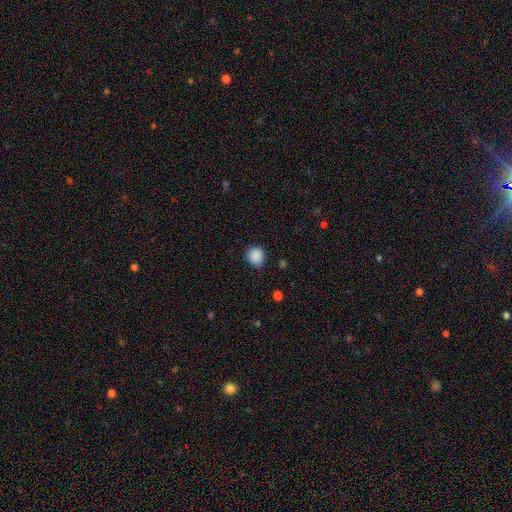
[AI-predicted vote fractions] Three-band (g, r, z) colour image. It shows a smooth galaxy with no disk features (88%) that is round (83%). Merging: none (84%).